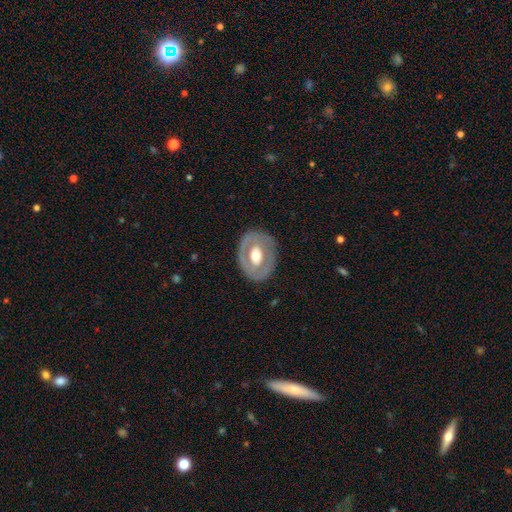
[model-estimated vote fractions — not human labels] featured or disk 58%, smooth 37%, star or artifact 5%. Down the decision tree: edge-on disk — no (93%); bar — no (66%); spiral arms — no (83%); bulge size — moderate (62%); merging — none (79%).